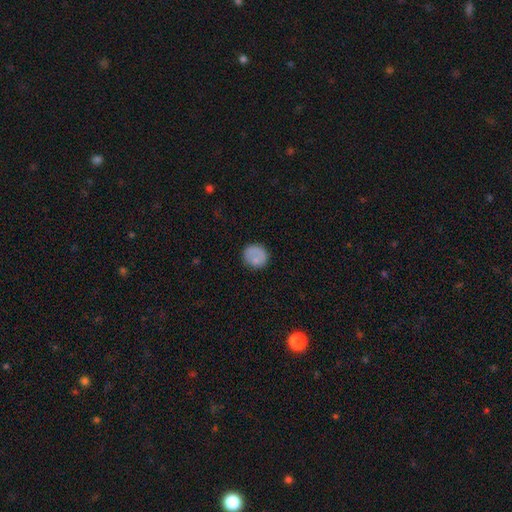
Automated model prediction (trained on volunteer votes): Smooth or featured? Predicted: smooth (p=0.77). How rounded? Predicted: round (p=0.85). Merging? Predicted: none (p=0.74).